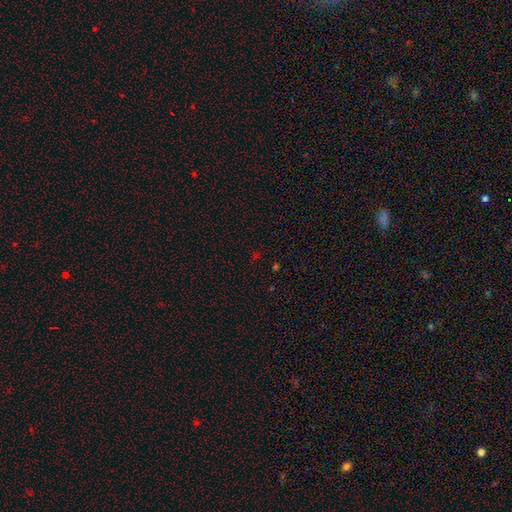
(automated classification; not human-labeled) This is possibly a star or artifact rather than a galaxy (60%).